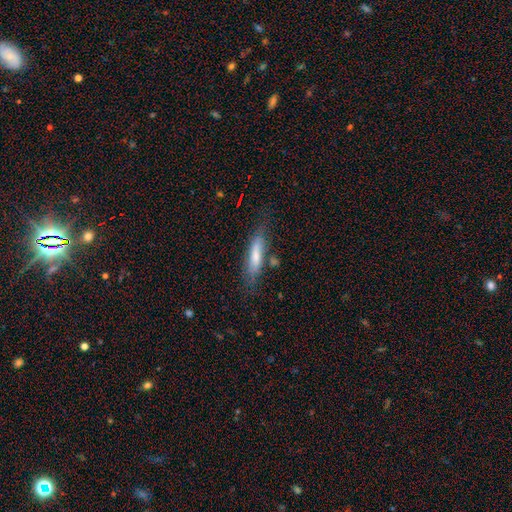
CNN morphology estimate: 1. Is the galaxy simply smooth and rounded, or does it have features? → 68% smooth, 25% featured or disk, 7% star or artifact.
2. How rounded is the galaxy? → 66% cigar-shaped, 32% in between, 2% round.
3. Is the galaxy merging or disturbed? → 66% none, 21% minor disturbance, 7% major disturbance, 5% merger.